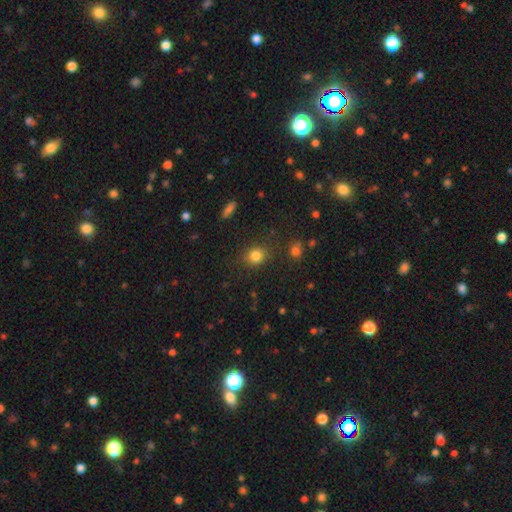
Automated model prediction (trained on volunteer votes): A smooth galaxy with no disk features (82%) that is round (71%).

Vote fractions:
- Smooth or featured? smooth: 82% / star or artifact: 13% / featured or disk: 6%
- How rounded? round: 71% / in between: 28% / cigar-shaped: 1%
- Merging? none: 81% / minor disturbance: 12% / major disturbance: 4% / merger: 3%